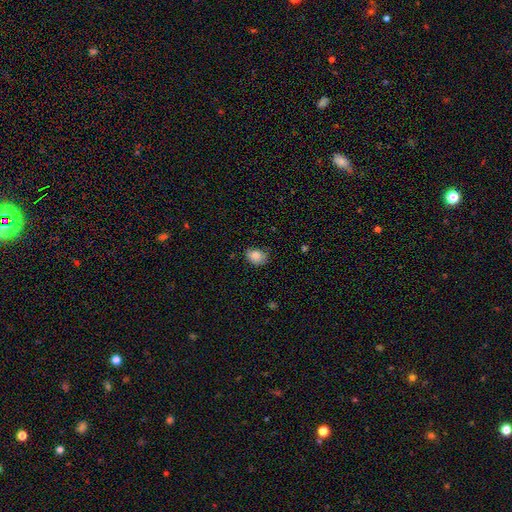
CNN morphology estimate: Smooth or featured? Predicted: smooth (p=0.84). How rounded? Predicted: in between (p=0.66). Merging? Predicted: none (p=0.70).